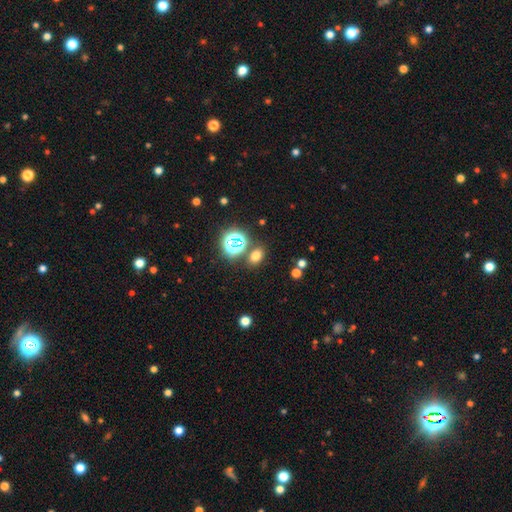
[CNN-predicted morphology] smooth_or_featured: smooth (p=0.66) [alt: star or artifact p=0.27]
how_rounded: in between (p=0.67) [alt: round p=0.31]
merging: none (p=0.78) [alt: merger p=0.10]